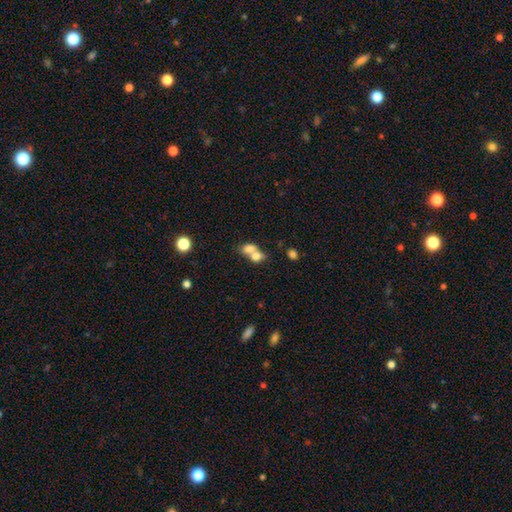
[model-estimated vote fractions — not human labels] Overall: smooth (74%). How rounded: in between (68%; round 29%). Merging: merger (70%).